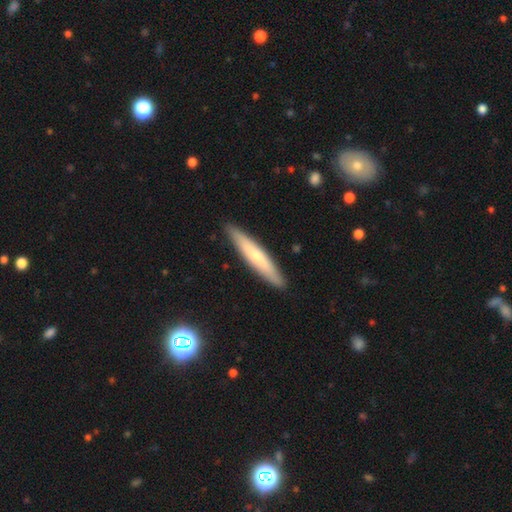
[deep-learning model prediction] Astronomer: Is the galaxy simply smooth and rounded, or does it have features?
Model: smooth — 59% (runner-up: featured or disk, 35%).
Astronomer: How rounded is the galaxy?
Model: cigar-shaped — 91%.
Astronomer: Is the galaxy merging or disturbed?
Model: none — 90%.